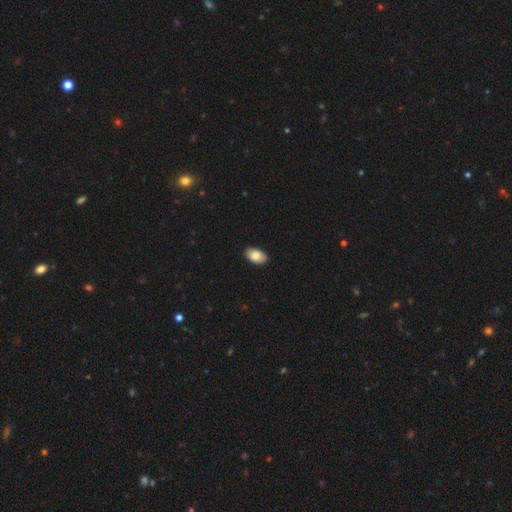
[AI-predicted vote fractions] This is clearly a smooth galaxy (86%). How rounded: clearly in between (93%). Merging: clearly none (89%).